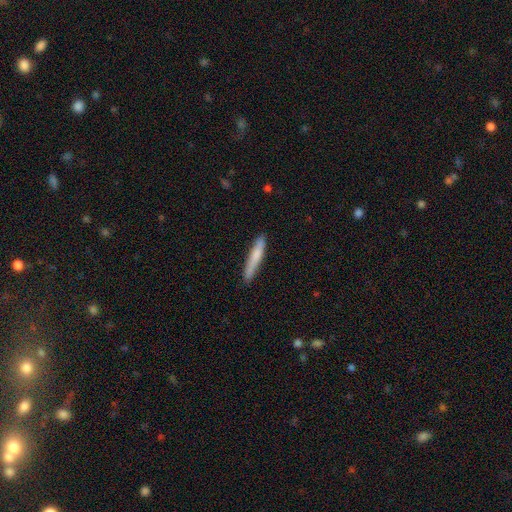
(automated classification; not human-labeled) The model was most divided on "smooth or featured": smooth: 71%, featured or disk: 23%, star or artifact: 5%. More confident: how rounded — cigar-shaped (94%); merging — none (86%).